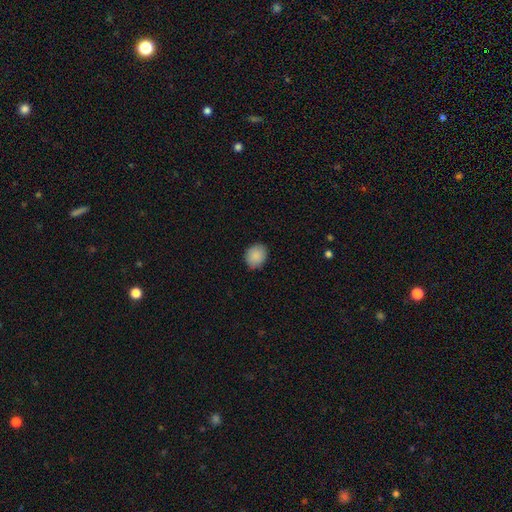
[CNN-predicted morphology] This is clearly a smooth galaxy (89%). How rounded: likely round (63%). Merging: clearly none (85%).